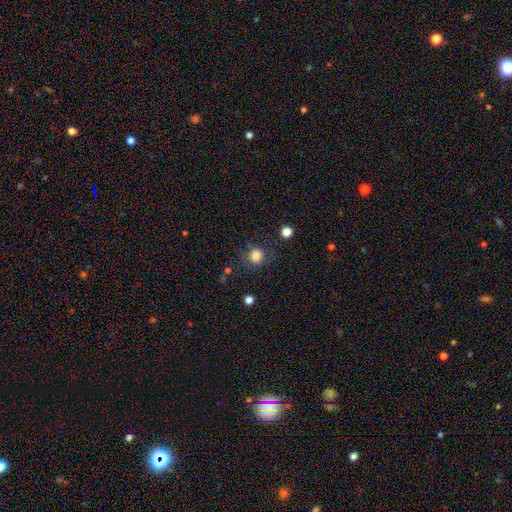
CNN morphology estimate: This is clearly a smooth galaxy (83%). How rounded: clearly round (86%). Merging: likely none (77%).